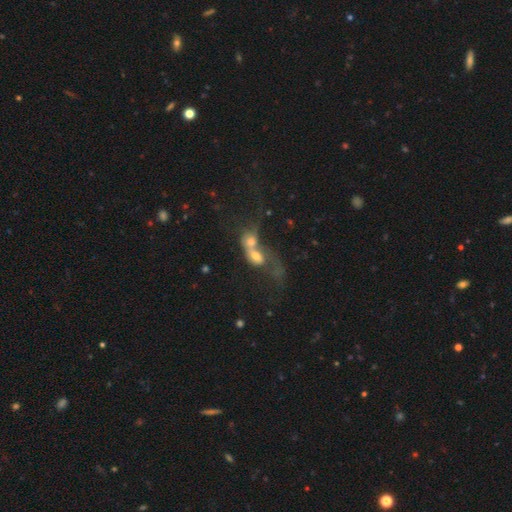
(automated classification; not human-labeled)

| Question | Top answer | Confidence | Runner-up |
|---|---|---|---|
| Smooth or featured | smooth | 51% | featured or disk (37%) |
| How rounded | in between | 51% | round (45%) |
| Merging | merger | 84% | major disturbance (7%) |